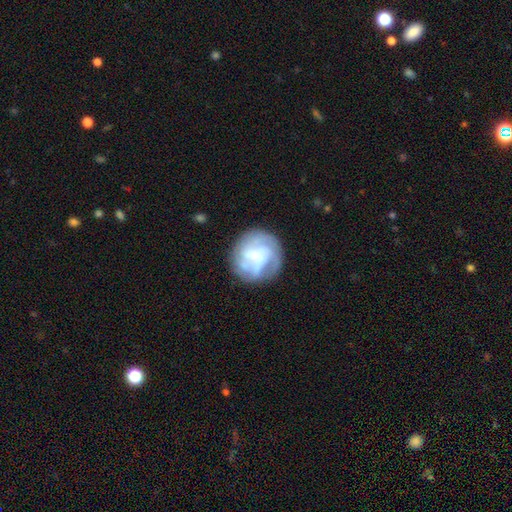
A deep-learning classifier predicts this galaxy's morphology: A featured or disk galaxy (62%) with no bar (54%), spiral arms (72%) and a small central bulge (51%). Merging: none (70%).